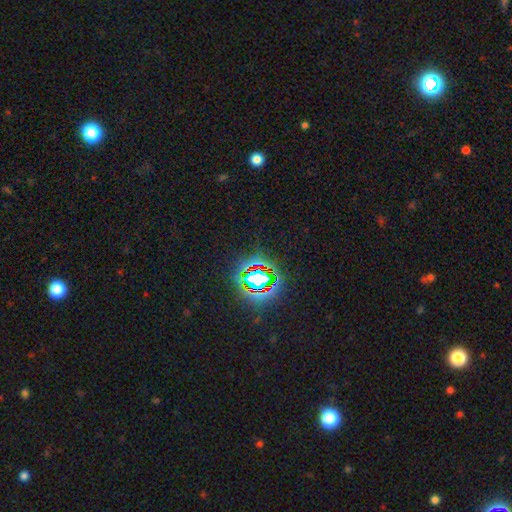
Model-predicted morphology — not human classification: smooth-or-featured: star or artifact: 81% | smooth: 11% | featured or disk: 7%